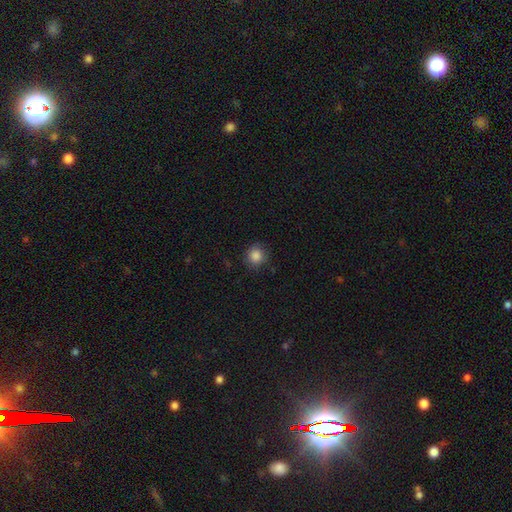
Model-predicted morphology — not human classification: Q: Smooth or featured?
A: smooth (86%); runner-up: star or artifact (10%)
Q: How rounded?
A: round (90%); runner-up: in between (9%)
Q: Merging?
A: none (83%); runner-up: minor disturbance (13%)